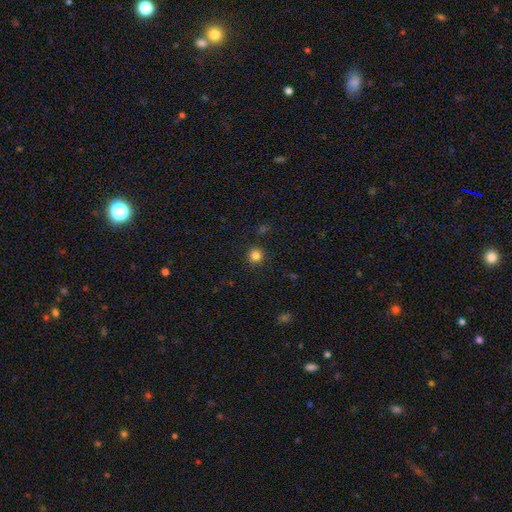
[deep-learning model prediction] smooth_or_featured: smooth (p=0.83) [alt: star or artifact p=0.12]
how_rounded: round (p=0.94) [alt: in between p=0.05]
merging: none (p=0.92) [alt: minor disturbance p=0.05]